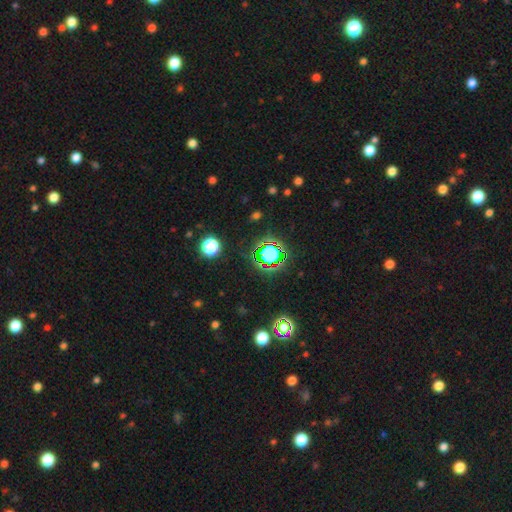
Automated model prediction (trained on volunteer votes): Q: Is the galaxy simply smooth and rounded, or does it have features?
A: star or artifact — 78%.